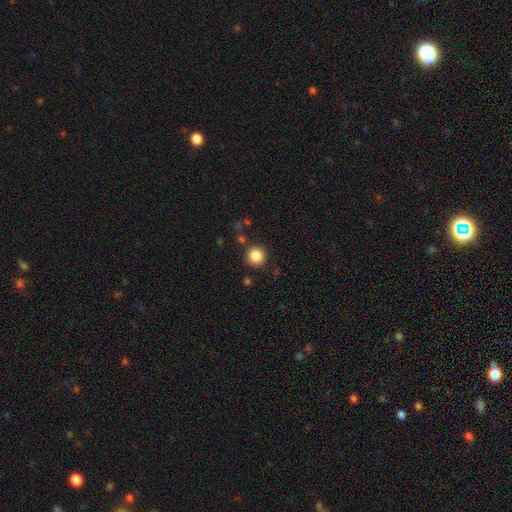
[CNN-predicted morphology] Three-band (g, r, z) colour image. It shows a smooth galaxy with no disk features (86%) that is round (94%). Merging: none (87%).